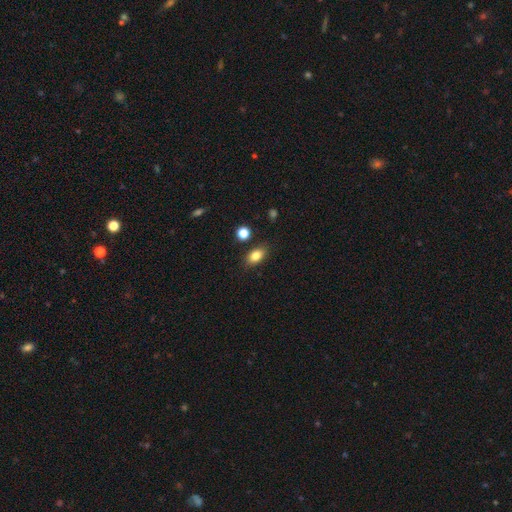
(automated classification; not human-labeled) smooth_or_featured: smooth (p=0.83) [alt: star or artifact p=0.10]
how_rounded: in between (p=0.83) [alt: round p=0.15]
merging: none (p=0.83) [alt: minor disturbance p=0.11]